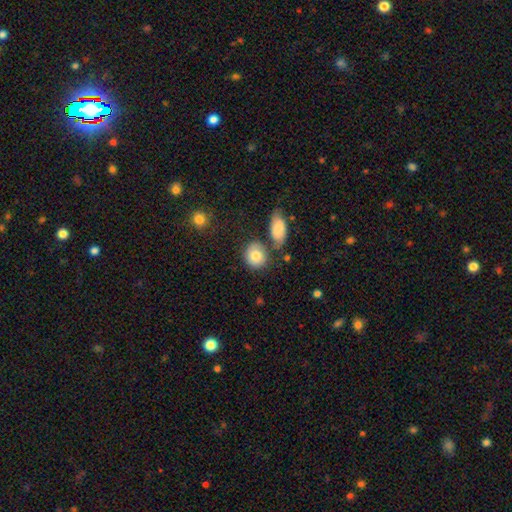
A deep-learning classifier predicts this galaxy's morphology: This is clearly a smooth galaxy (80%). How rounded: likely round (74%). Merging: likely none (64%).